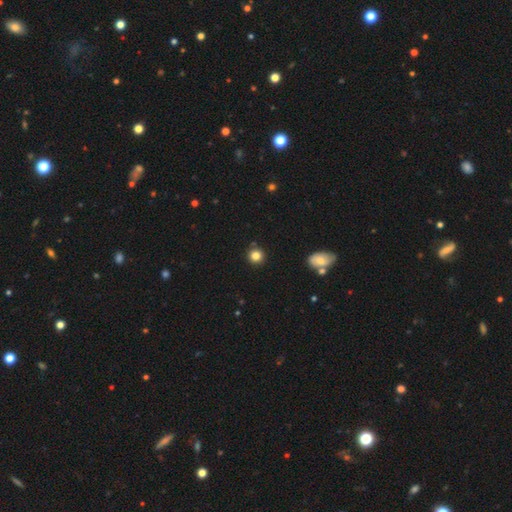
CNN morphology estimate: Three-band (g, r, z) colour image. It shows a smooth galaxy with no disk features (83%) that is round (93%). Merging: none (88%).